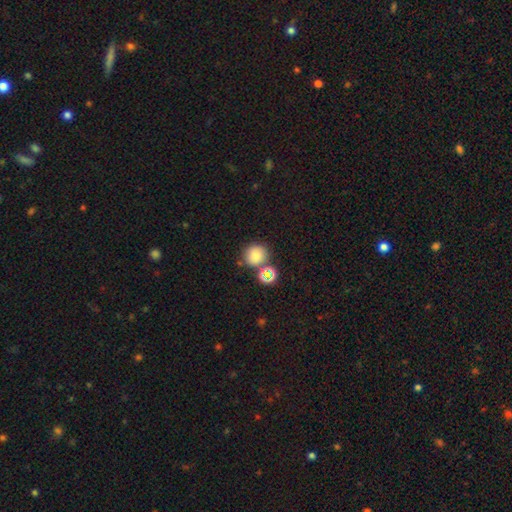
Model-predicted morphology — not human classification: Smooth or featured?
  - smooth: 78% *
  - star or artifact: 15%
  - featured or disk: 7%
How rounded?
  - round: 81% *
  - in between: 18%
  - cigar-shaped: 1%
Merging?
  - none: 65% *
  - merger: 19%
  - minor disturbance: 12%
  - major disturbance: 4%